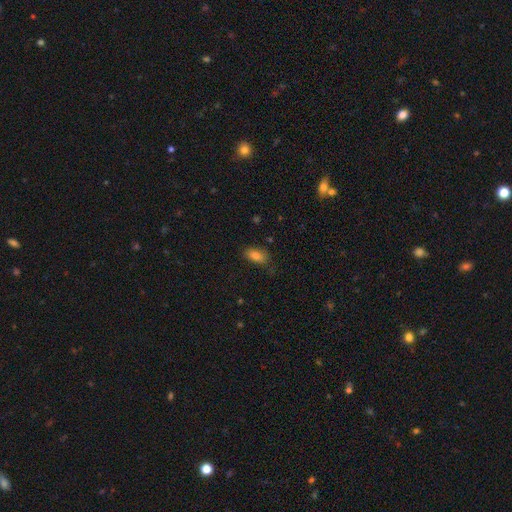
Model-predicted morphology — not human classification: This appears to be a smooth galaxy with no disk features (82%) that is in between round and cigar-shaped (87%). Merging: none (72%).